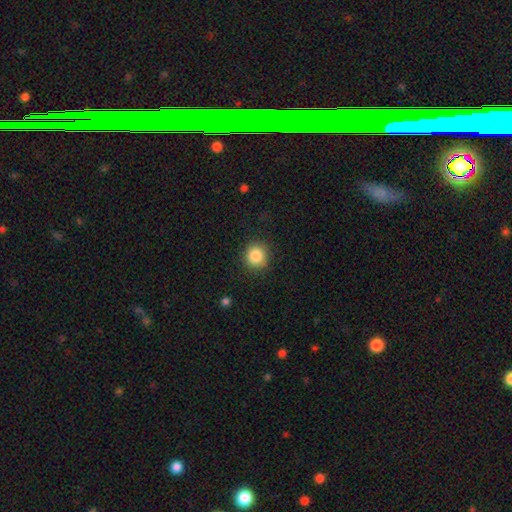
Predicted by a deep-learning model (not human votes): smooth-or-featured: smooth: 86% | star or artifact: 9% | featured or disk: 5%
  how-rounded: round: 91% | in between: 8% | cigar-shaped: 1%
  merging: none: 88% | minor disturbance: 9% | major disturbance: 3% | merger: 1%